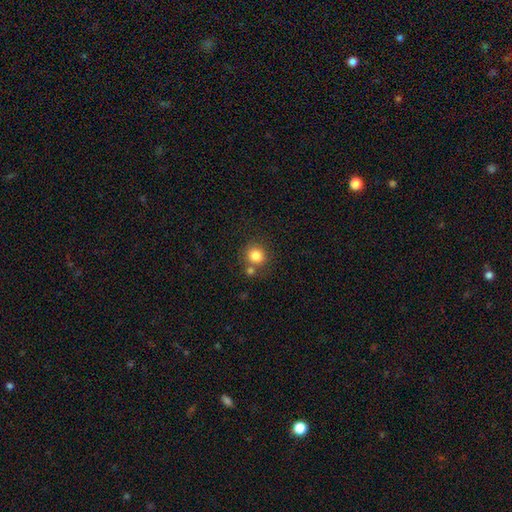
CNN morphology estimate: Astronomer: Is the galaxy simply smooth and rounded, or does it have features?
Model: smooth — 82%.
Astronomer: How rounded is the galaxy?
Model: round — 87%.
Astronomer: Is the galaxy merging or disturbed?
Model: none — 66%.